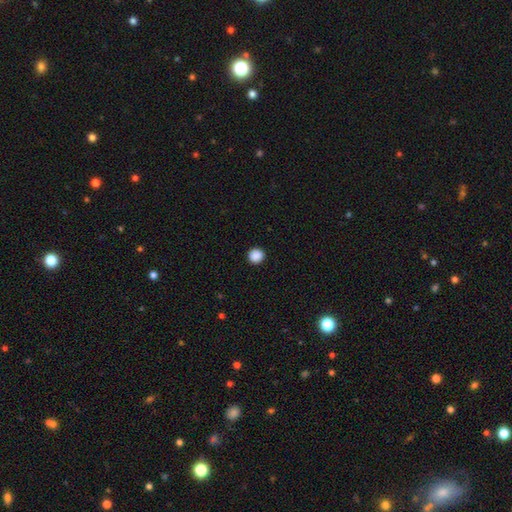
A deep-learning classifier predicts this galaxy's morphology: This is clearly a smooth galaxy (89%). How rounded: clearly round (94%). Merging: clearly none (93%).